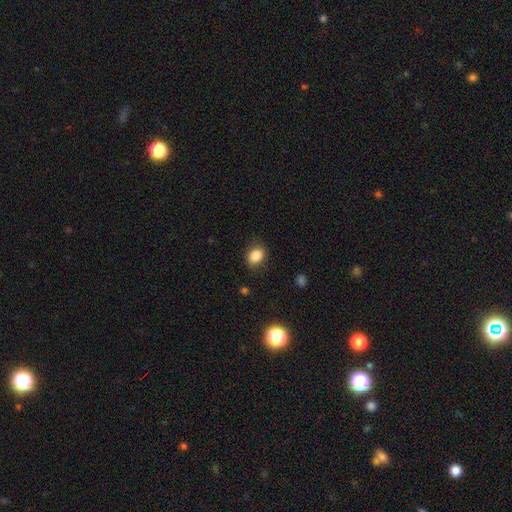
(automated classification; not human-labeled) smooth_or_featured: smooth (p=0.84) [alt: star or artifact p=0.10]
how_rounded: in between (p=0.58) [alt: round p=0.41]
merging: none (p=0.79) [alt: minor disturbance p=0.15]